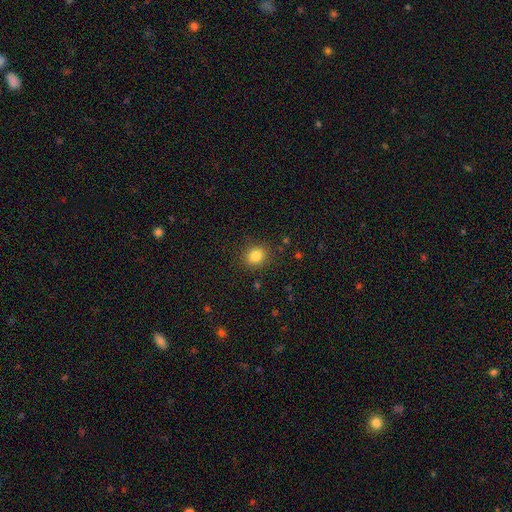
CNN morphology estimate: smooth 83%, star or artifact 11%, featured or disk 6%. Down the decision tree: how rounded — round (70%); merging — none (87%).